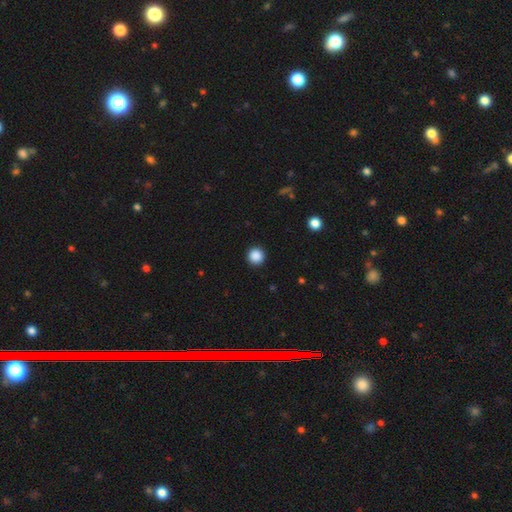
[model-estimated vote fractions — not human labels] This appears to be a smooth galaxy with no disk features (88%) that is round (96%). Merging: none (93%).